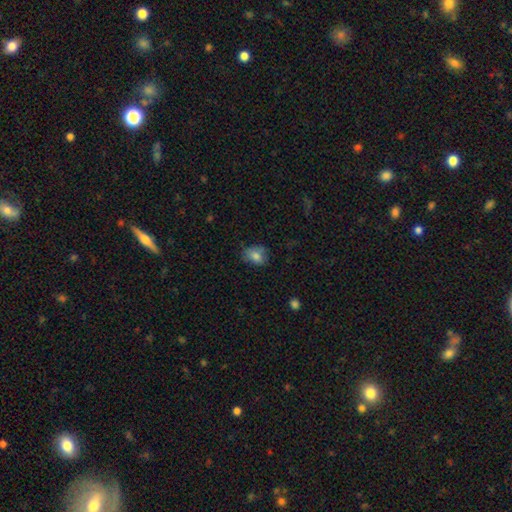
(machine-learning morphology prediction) This is likely a smooth galaxy (80%). How rounded: possibly in between (59%). Merging: likely none (65%).